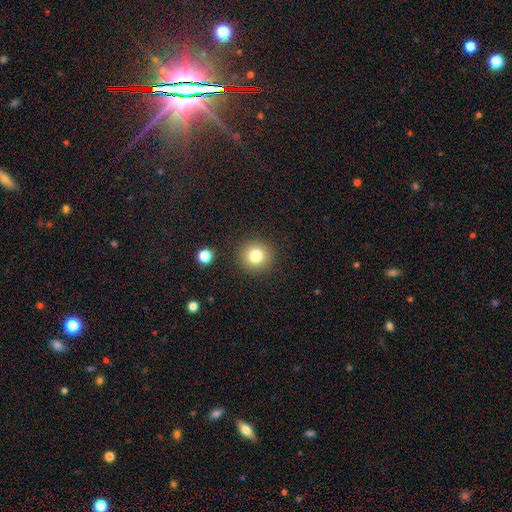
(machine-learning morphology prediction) This is clearly a smooth galaxy (80%). How rounded: clearly round (94%). Merging: clearly none (89%).